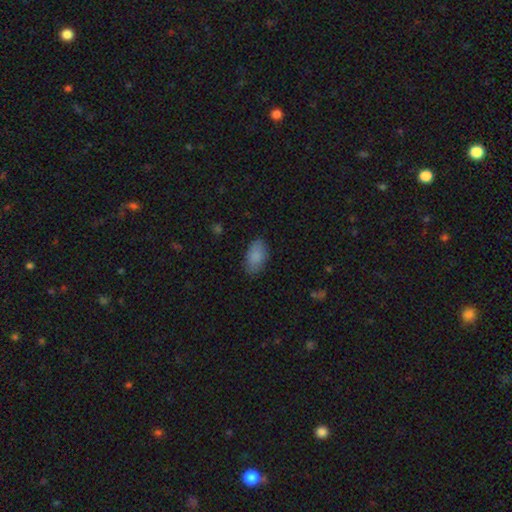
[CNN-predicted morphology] Smooth or featured?
  - smooth: 87% *
  - star or artifact: 7%
  - featured or disk: 6%
How rounded?
  - in between: 94% *
  - round: 4%
  - cigar-shaped: 2%
Merging?
  - none: 83% *
  - minor disturbance: 13%
  - major disturbance: 3%
  - merger: 1%